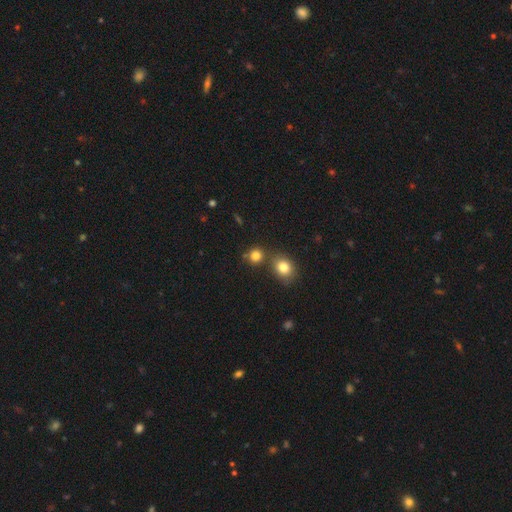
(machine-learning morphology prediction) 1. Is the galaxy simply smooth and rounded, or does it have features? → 81% smooth, 13% star or artifact, 6% featured or disk.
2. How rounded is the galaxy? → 84% round, 15% in between, 1% cigar-shaped.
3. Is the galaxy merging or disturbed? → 68% none, 20% merger, 9% minor disturbance, 3% major disturbance.